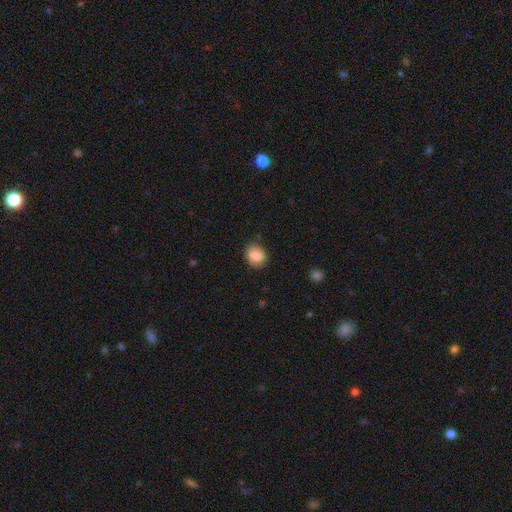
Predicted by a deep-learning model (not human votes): Smooth or featured: smooth — 80% (featured or disk — 12%)
How rounded: round — 53% (in between — 46%)
Merging: none — 78% (minor disturbance — 17%)